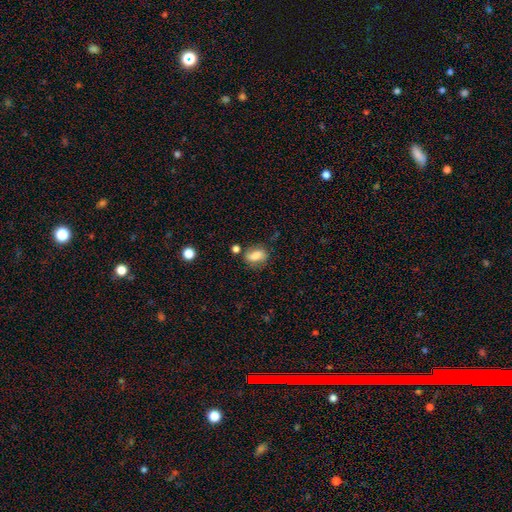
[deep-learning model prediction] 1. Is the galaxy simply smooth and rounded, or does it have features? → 78% smooth, 13% featured or disk, 9% star or artifact.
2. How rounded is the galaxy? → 77% in between, 19% round, 4% cigar-shaped.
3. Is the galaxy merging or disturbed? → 69% none, 18% minor disturbance, 8% merger, 5% major disturbance.